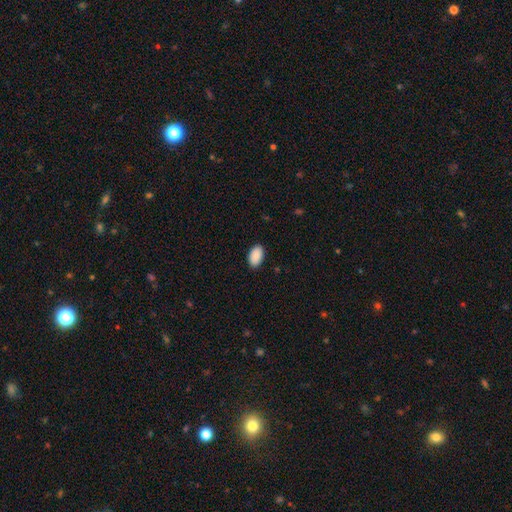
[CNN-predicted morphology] The model was most divided on "merging": none: 89%, minor disturbance: 8%, major disturbance: 2%, merger: 1%. More confident: how rounded — in between (94%); smooth or featured — smooth (91%).